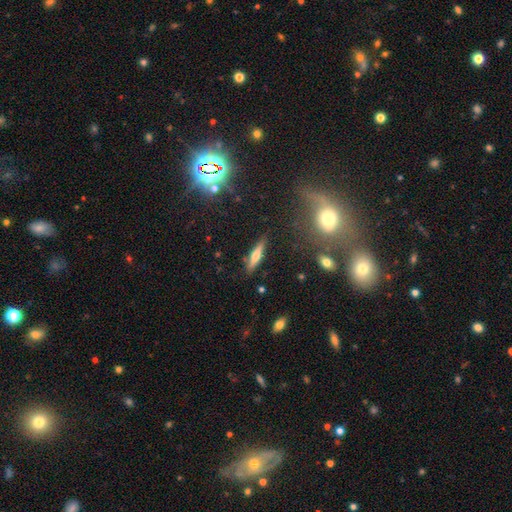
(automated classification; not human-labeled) Smooth or featured: smooth — 53% (featured or disk — 39%)
How rounded: cigar-shaped — 80% (in between — 18%)
Merging: none — 85% (minor disturbance — 10%)